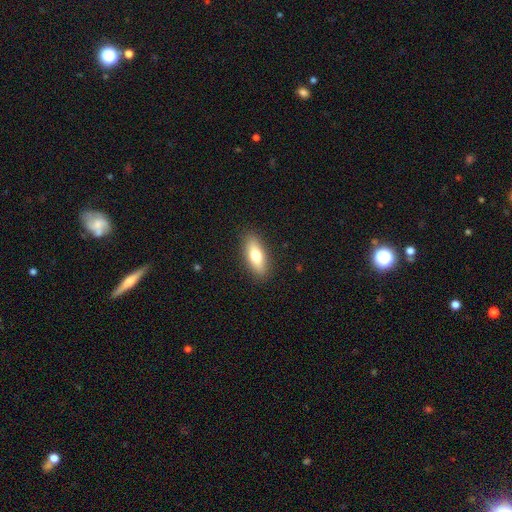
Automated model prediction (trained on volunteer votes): The model was most divided on "how rounded": in between: 70%, cigar-shaped: 27%, round: 3%. More confident: merging — none (89%); smooth or featured — smooth (73%).